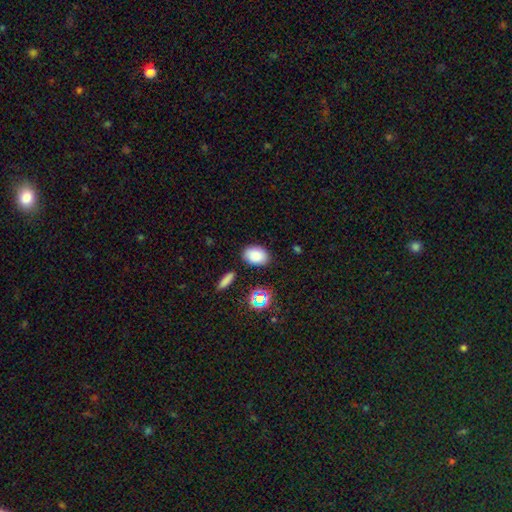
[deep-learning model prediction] A smooth galaxy with no disk features (84%) that is in between round and cigar-shaped (85%). Merging: none (83%).